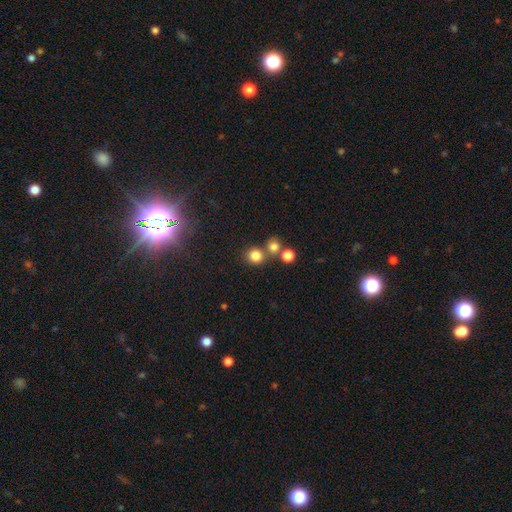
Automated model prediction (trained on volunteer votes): smooth 80%, star or artifact 14%, featured or disk 6%. Down the decision tree: how rounded — round (86%); merging — none (65%).